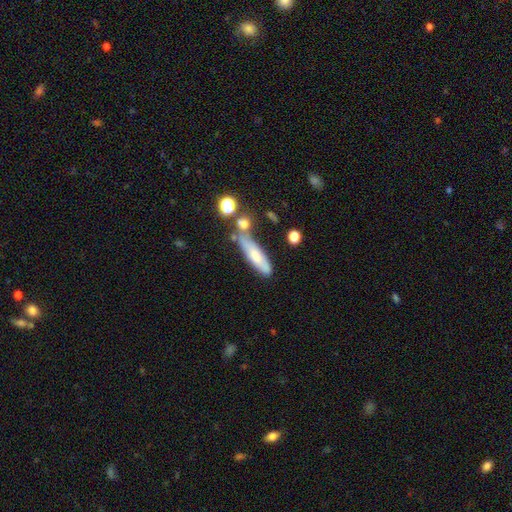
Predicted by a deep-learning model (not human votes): A smooth galaxy with no disk features (63%) that is cigar-shaped (70%). Merging: none (45%).